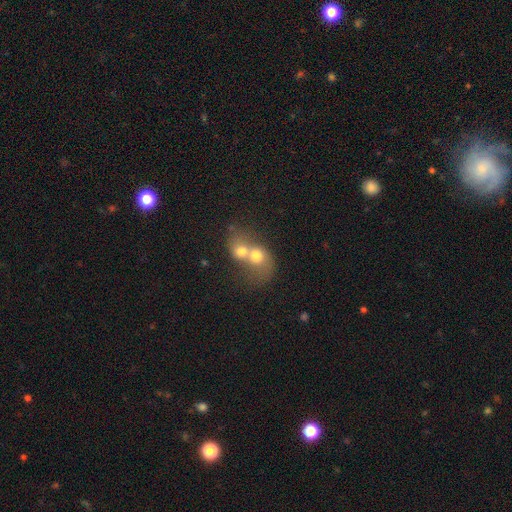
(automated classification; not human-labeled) Smooth or featured? smooth (62%)
How rounded? round (56%)
Merging? merger (83%)